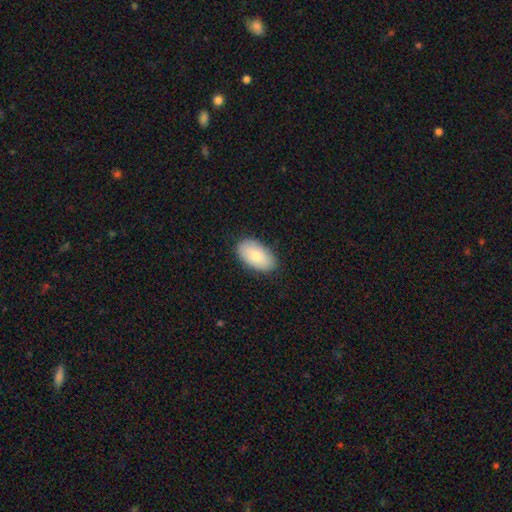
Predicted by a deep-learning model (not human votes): smooth 78%, featured or disk 16%, star or artifact 6%. Down the decision tree: how rounded — in between (95%); merging — none (85%).